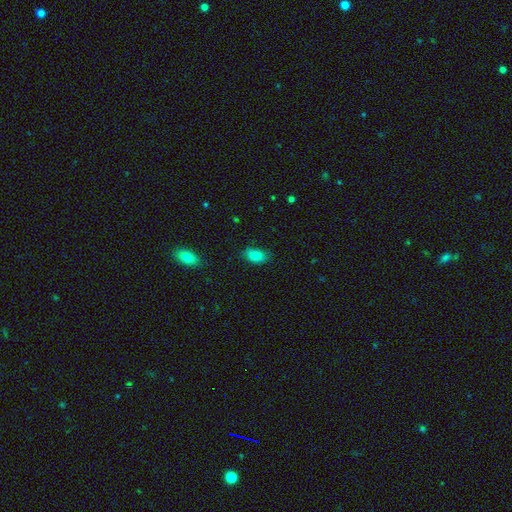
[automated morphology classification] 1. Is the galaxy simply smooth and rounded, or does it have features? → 85% smooth, 9% star or artifact, 6% featured or disk.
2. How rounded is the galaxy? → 89% in between, 9% round, 2% cigar-shaped.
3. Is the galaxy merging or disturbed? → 74% none, 20% minor disturbance, 5% major disturbance, 1% merger.